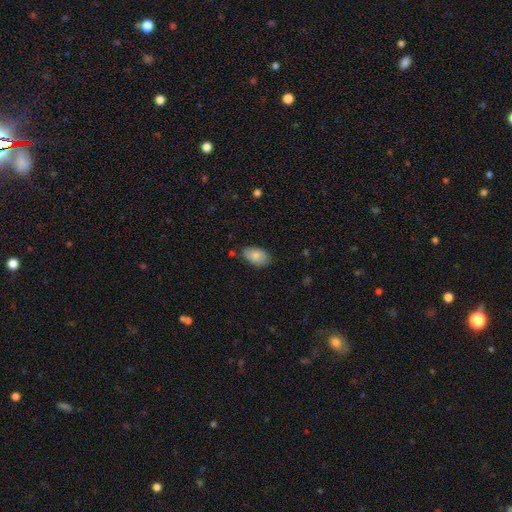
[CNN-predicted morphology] smooth 81%, featured or disk 12%, star or artifact 7%. Down the decision tree: how rounded — in between (93%); merging — none (76%).